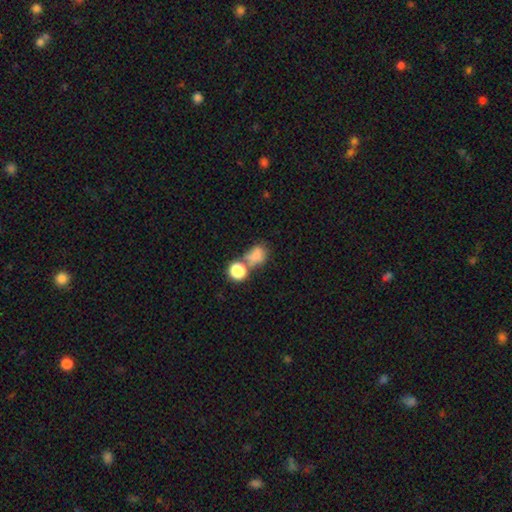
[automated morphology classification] This is likely a smooth galaxy (75%). How rounded: possibly round (50%). Merging: marginally merger (39%).